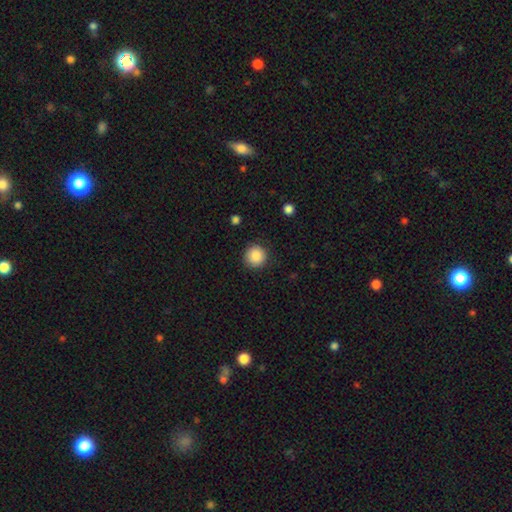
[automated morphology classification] smooth_or_featured: smooth (p=0.87) [alt: star or artifact p=0.09]
how_rounded: round (p=0.95) [alt: in between p=0.05]
merging: none (p=0.90) [alt: minor disturbance p=0.07]